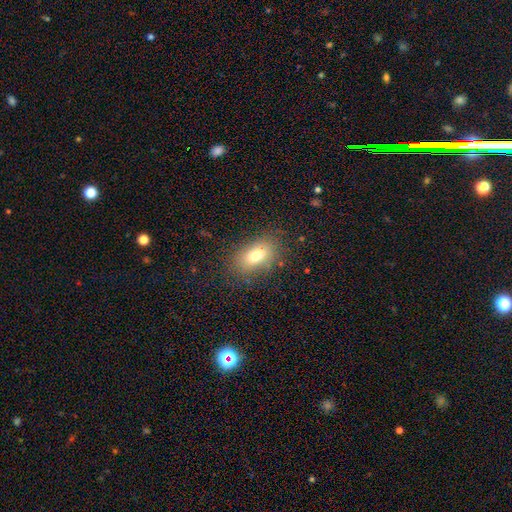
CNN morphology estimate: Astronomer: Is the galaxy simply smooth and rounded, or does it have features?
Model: smooth — 74%.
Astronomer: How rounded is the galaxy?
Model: in between — 84%.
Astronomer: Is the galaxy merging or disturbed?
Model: none — 81%.